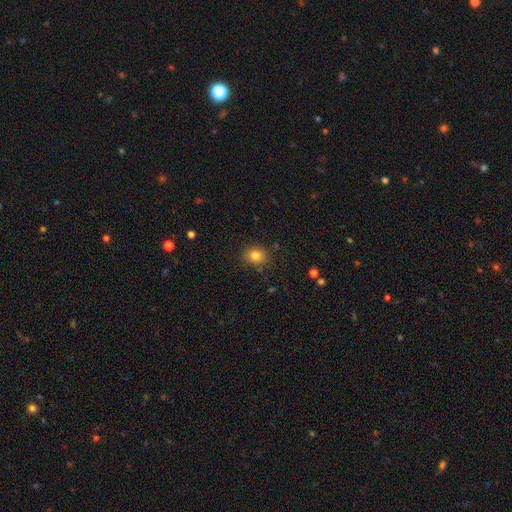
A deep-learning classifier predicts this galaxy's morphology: A smooth galaxy with no disk features (81%) that is round (66%). Merging: none (85%).